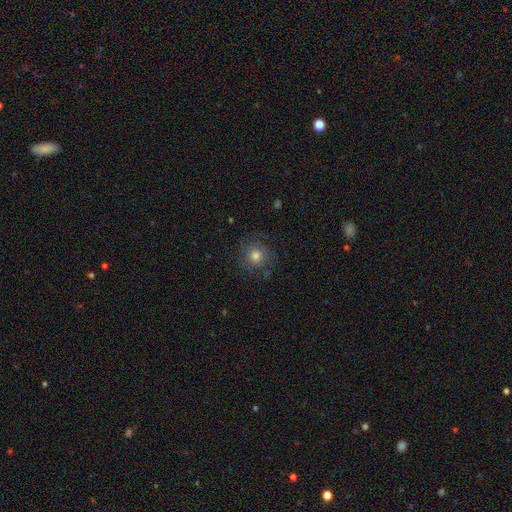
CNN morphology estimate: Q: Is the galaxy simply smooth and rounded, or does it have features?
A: smooth — 69%.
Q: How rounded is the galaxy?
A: round — 92%.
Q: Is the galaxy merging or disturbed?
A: none — 80%.